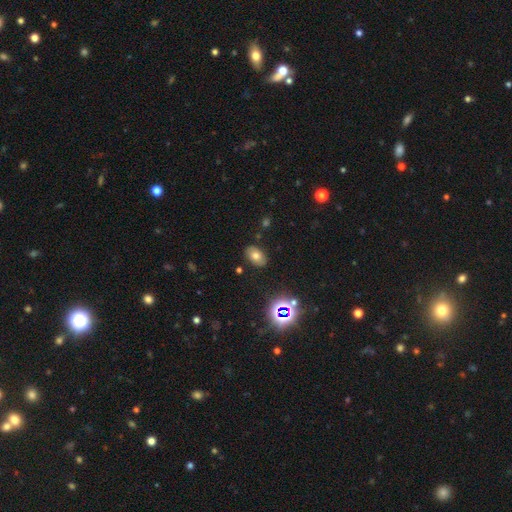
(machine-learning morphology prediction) smooth 64%, star or artifact 20%, featured or disk 16%. Down the decision tree: how rounded — in between (84%); merging — none (85%).